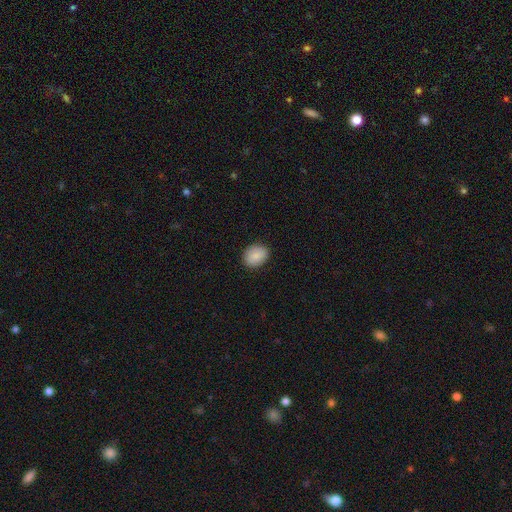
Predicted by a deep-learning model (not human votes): Smooth or featured: smooth — 88% (star or artifact — 7%)
How rounded: in between — 57% (round — 42%)
Merging: none — 88% (minor disturbance — 9%)